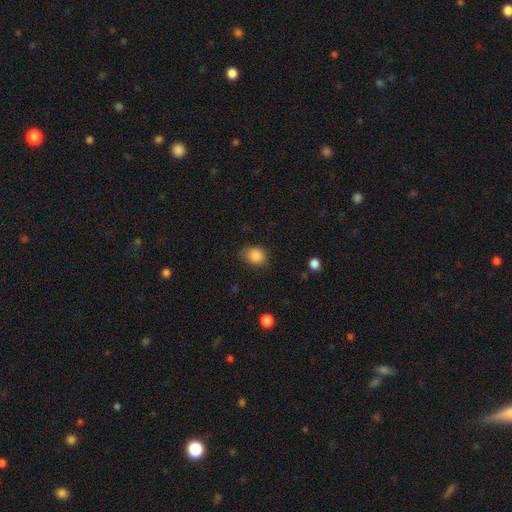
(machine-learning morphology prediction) Smooth or featured? Predicted: smooth (p=0.87). How rounded? Predicted: in between (p=0.50). Merging? Predicted: none (p=0.68).